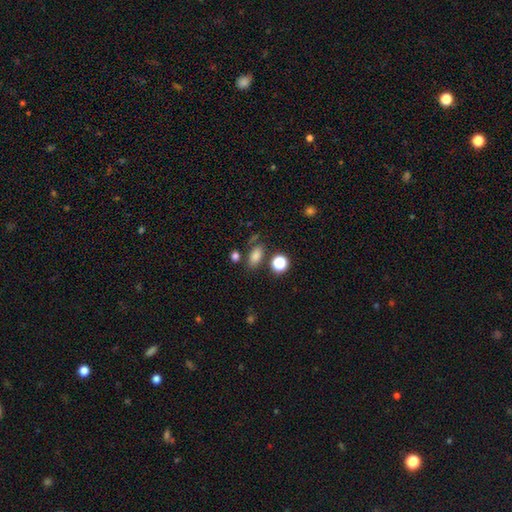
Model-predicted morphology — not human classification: Smooth or featured? smooth (80%)
How rounded? in between (82%)
Merging? none (72%)